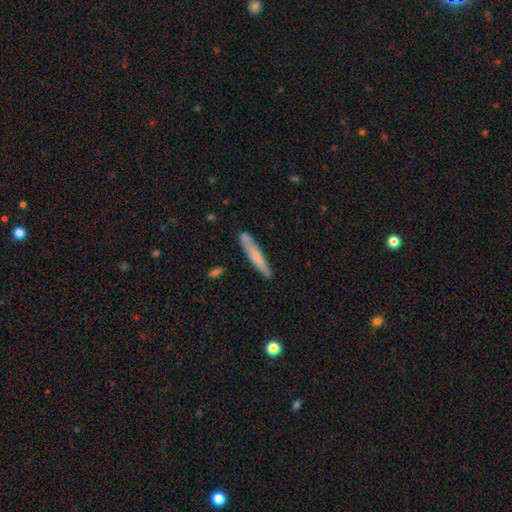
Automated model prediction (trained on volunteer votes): Smooth or featured? Predicted: smooth (p=0.62). How rounded? Predicted: cigar-shaped (p=0.93). Merging? Predicted: none (p=0.80).